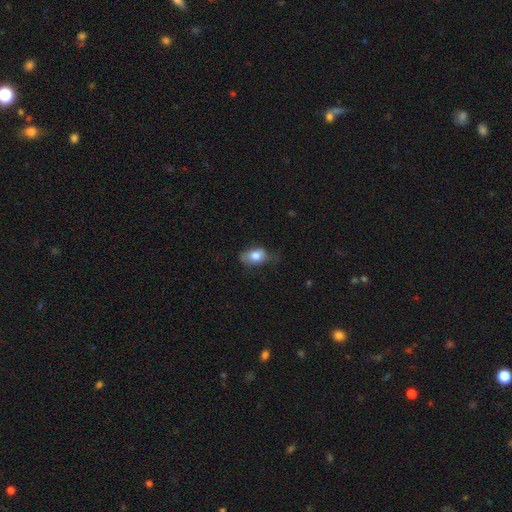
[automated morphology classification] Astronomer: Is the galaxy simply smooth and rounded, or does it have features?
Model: smooth — 78%.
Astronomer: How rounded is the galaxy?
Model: in between — 84%.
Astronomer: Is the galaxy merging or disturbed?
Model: none — 55% (runner-up: minor disturbance, 32%).